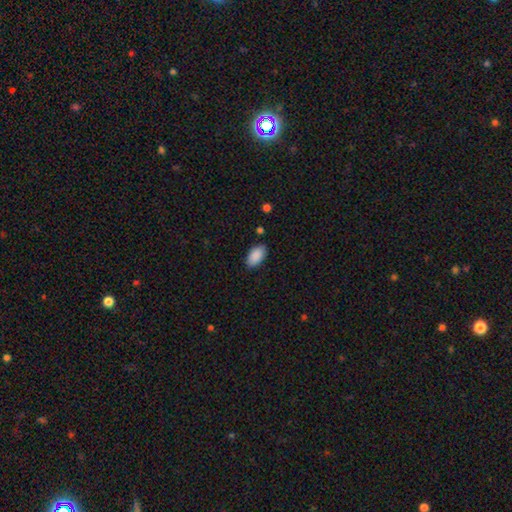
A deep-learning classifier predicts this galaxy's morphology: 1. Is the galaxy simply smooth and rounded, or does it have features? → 90% smooth, 7% star or artifact, 4% featured or disk.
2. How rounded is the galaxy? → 95% in between, 3% round, 2% cigar-shaped.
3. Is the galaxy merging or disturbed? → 85% none, 11% minor disturbance, 2% major disturbance, 1% merger.